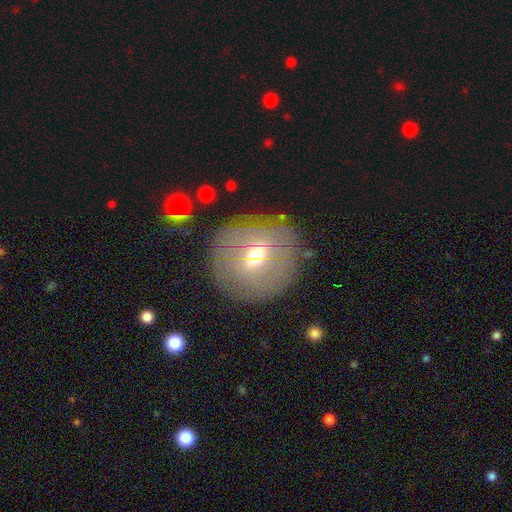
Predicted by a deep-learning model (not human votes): This is marginally a smooth galaxy (42%). Merging: likely none (79%).